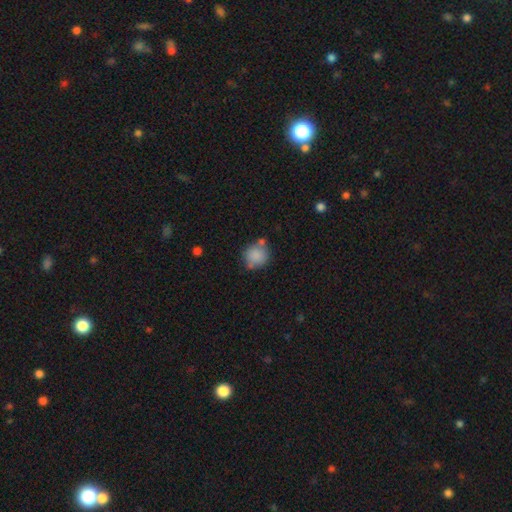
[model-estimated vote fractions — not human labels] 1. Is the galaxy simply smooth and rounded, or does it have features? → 84% smooth, 9% star or artifact, 7% featured or disk.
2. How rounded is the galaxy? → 85% round, 14% in between, 1% cigar-shaped.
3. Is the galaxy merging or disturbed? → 62% none, 18% minor disturbance, 14% merger, 6% major disturbance.